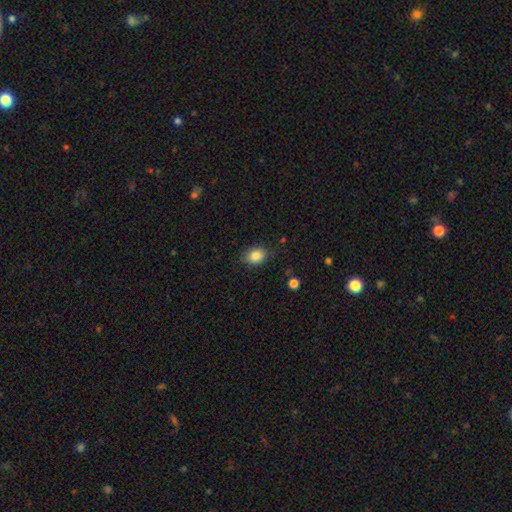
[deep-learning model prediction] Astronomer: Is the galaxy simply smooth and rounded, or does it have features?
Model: smooth — 84%.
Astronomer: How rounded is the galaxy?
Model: in between — 64%.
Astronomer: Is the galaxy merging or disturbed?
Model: none — 77%.